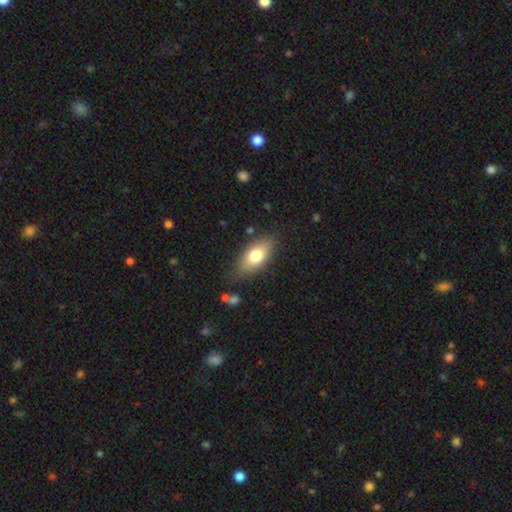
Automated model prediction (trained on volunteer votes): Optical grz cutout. It shows a smooth galaxy with no disk features (73%) that is in between round and cigar-shaped (85%). Merging: none (78%).